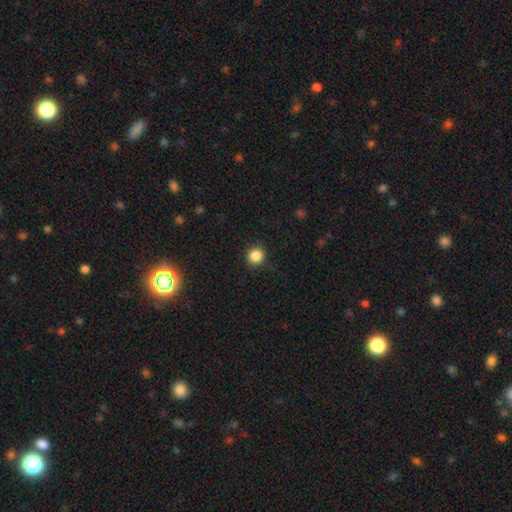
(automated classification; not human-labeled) smooth 86%, star or artifact 11%, featured or disk 3%. Down the decision tree: how rounded — round (91%); merging — none (90%).